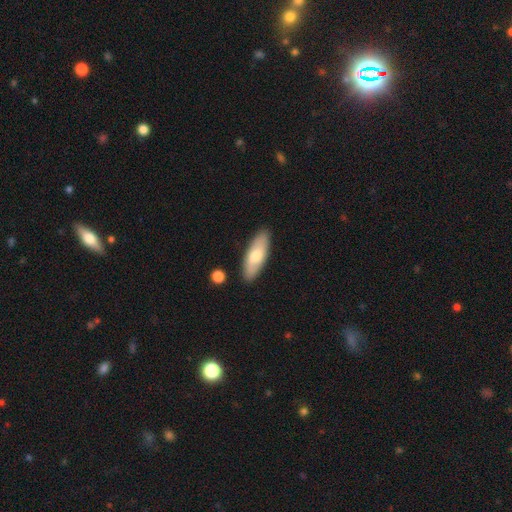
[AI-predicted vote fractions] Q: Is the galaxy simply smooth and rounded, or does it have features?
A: smooth — 69%.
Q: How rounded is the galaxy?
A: in between — 66%.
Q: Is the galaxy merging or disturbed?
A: none — 87%.